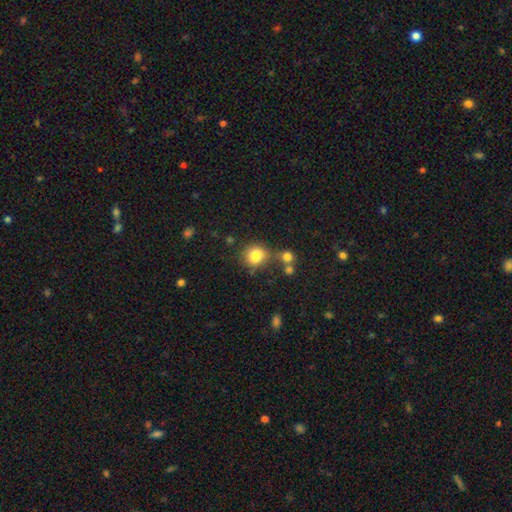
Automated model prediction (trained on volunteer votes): Smooth or featured? smooth (82%)
How rounded? round (70%)
Merging? none (57%)